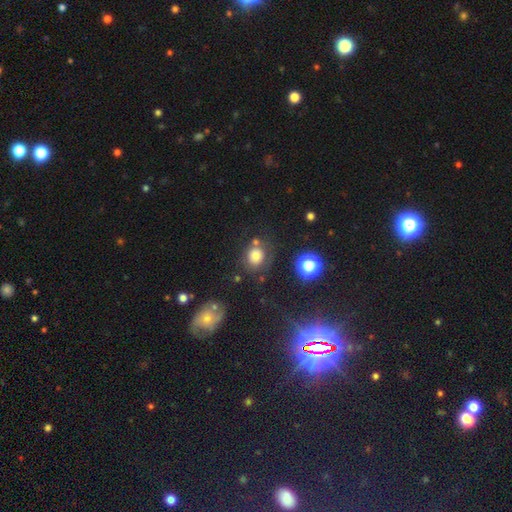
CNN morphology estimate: smooth-or-featured: smooth: 71% | star or artifact: 17% | featured or disk: 12%
  how-rounded: round: 76% | in between: 23% | cigar-shaped: 1%
  merging: none: 69% | minor disturbance: 15% | merger: 9% | major disturbance: 7%